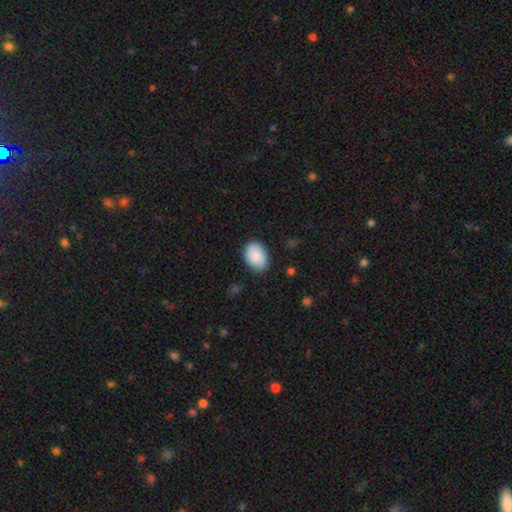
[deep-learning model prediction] Smooth or featured?
  - smooth: 88% *
  - featured or disk: 6%
  - star or artifact: 6%
How rounded?
  - in between: 83% *
  - round: 16%
  - cigar-shaped: 1%
Merging?
  - none: 83% *
  - minor disturbance: 14%
  - major disturbance: 3%
  - merger: 1%